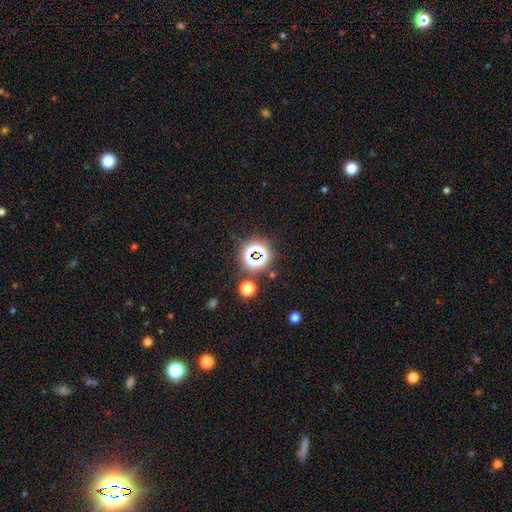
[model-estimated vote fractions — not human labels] Smooth or featured? Predicted: star or artifact (p=0.65).